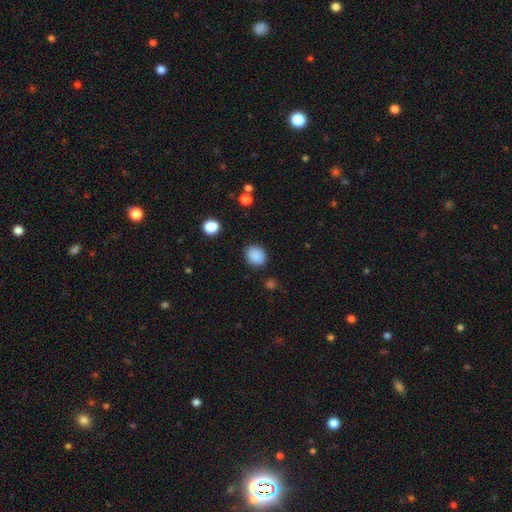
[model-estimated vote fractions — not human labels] This appears to be a smooth galaxy with no disk features (87%) that is round (68%). Merging: none (86%).